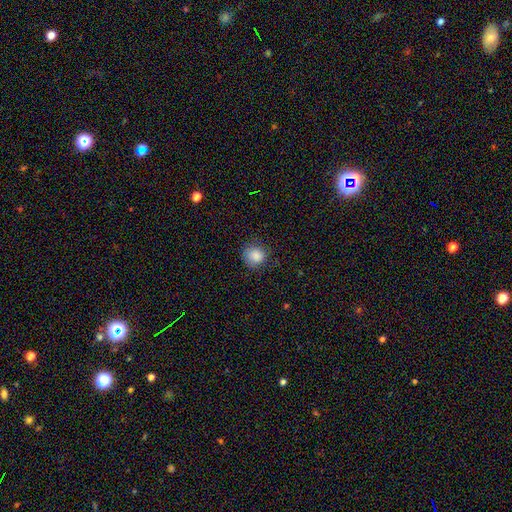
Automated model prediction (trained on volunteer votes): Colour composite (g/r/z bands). It shows a smooth galaxy with no disk features (86%) that is round (87%). Merging: none (80%).